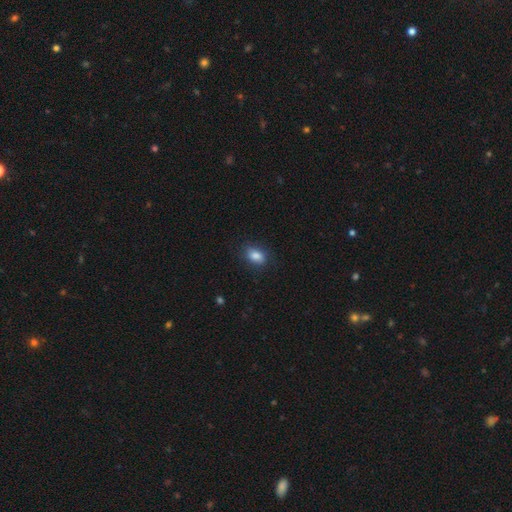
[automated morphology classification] smooth 84%, star or artifact 8%, featured or disk 8%. Down the decision tree: how rounded — in between (83%); merging — none (80%).